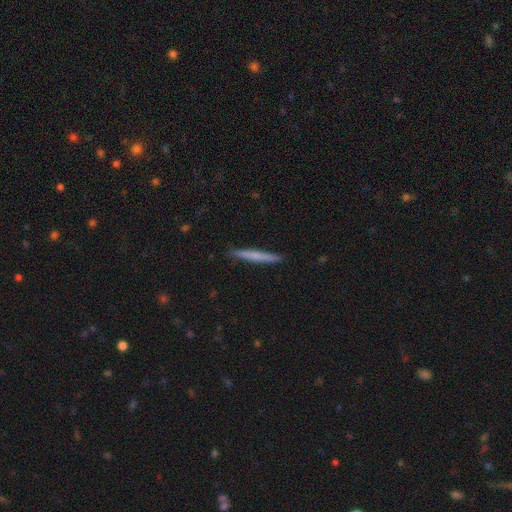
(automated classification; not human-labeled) smooth_or_featured: smooth (p=0.59) [alt: featured or disk p=0.35]
how_rounded: cigar-shaped (p=0.97) [alt: in between p=0.02]
merging: none (p=0.91) [alt: minor disturbance p=0.06]